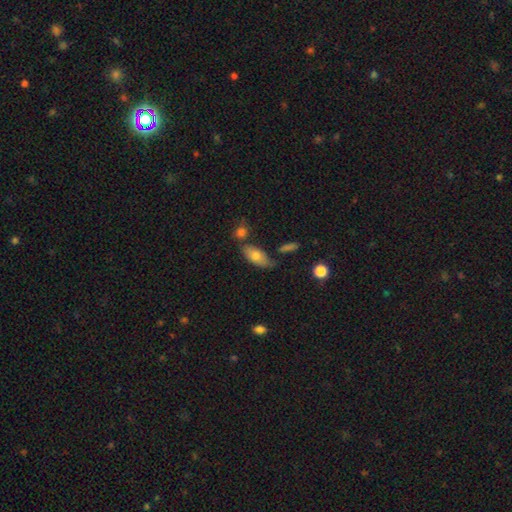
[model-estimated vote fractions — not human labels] A smooth galaxy with no disk features (74%) that is in between round and cigar-shaped (87%).

Vote fractions:
- Smooth or featured? smooth: 74% / featured or disk: 19% / star or artifact: 7%
- How rounded? in between: 87% / cigar-shaped: 10% / round: 3%
- Merging? none: 61% / minor disturbance: 22% / merger: 12% / major disturbance: 6%